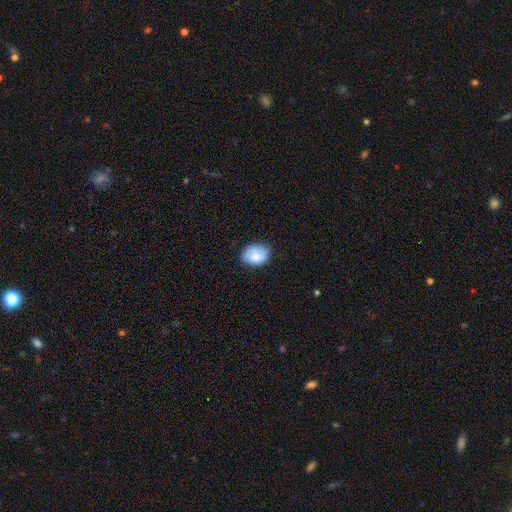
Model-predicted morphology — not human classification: smooth 76%, featured or disk 17%, star or artifact 7%. Down the decision tree: how rounded — in between (62%); merging — none (79%).